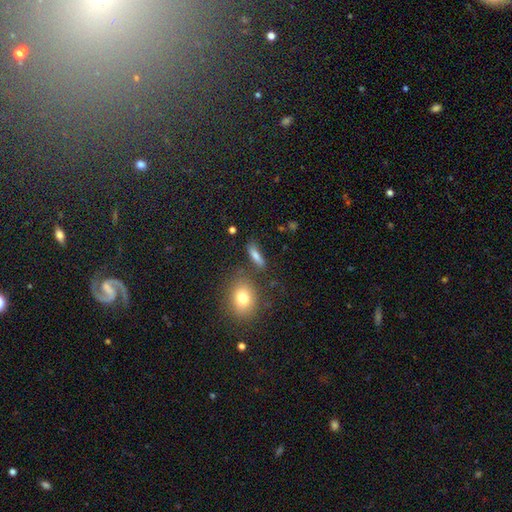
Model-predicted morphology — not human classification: smooth-or-featured: smooth: 69% | featured or disk: 18% | star or artifact: 13%
  how-rounded: cigar-shaped: 49% | in between: 41% | round: 10%
  merging: none: 74% | minor disturbance: 13% | merger: 7% | major disturbance: 5%